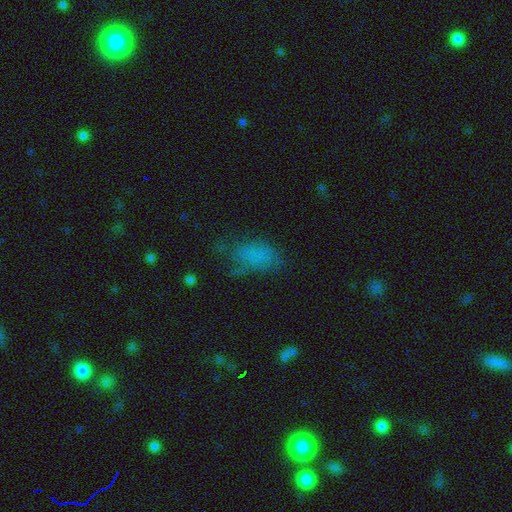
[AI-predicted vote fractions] Smooth or featured? Predicted: smooth (p=0.69). How rounded? Predicted: in between (p=0.89). Merging? Predicted: none (p=0.46).